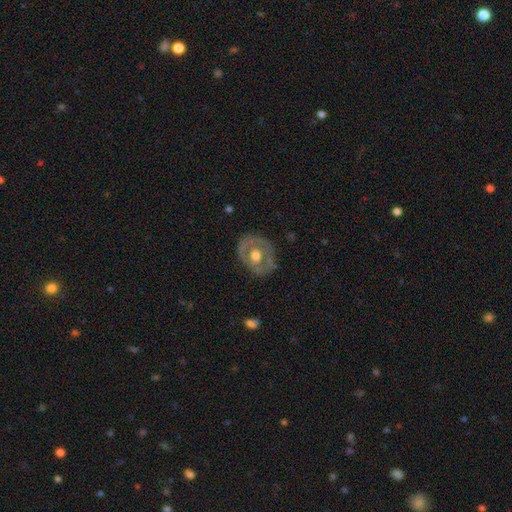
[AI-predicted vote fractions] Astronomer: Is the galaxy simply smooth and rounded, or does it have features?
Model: featured or disk — 60%.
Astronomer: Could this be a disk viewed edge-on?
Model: no — 94%.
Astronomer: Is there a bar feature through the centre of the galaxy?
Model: no — 82%.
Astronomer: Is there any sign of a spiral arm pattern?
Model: no — 82%.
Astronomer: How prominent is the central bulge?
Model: moderate — 66%.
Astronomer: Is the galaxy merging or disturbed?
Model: none — 74%.